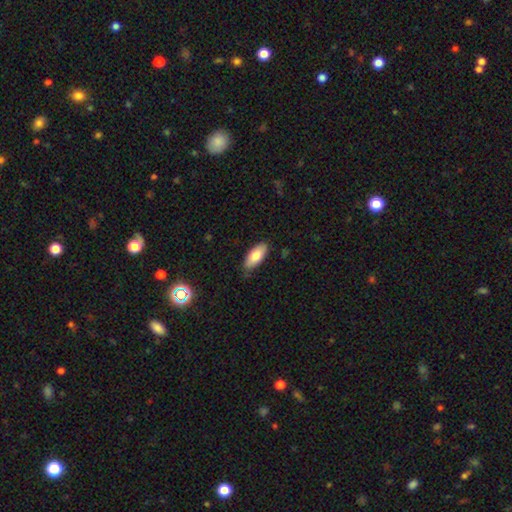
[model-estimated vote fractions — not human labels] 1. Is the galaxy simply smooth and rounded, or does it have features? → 79% smooth, 15% featured or disk, 6% star or artifact.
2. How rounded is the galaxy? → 88% in between, 10% cigar-shaped, 2% round.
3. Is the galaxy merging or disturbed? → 82% none, 15% minor disturbance, 2% major disturbance, 1% merger.